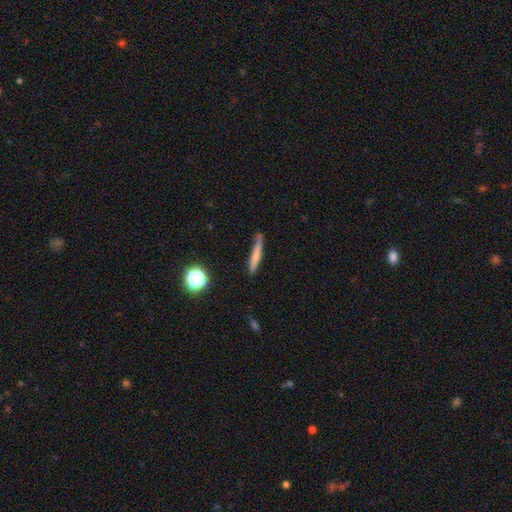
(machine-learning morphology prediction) This is likely a smooth galaxy (67%). How rounded: clearly cigar-shaped (93%). Merging: likely none (76%).